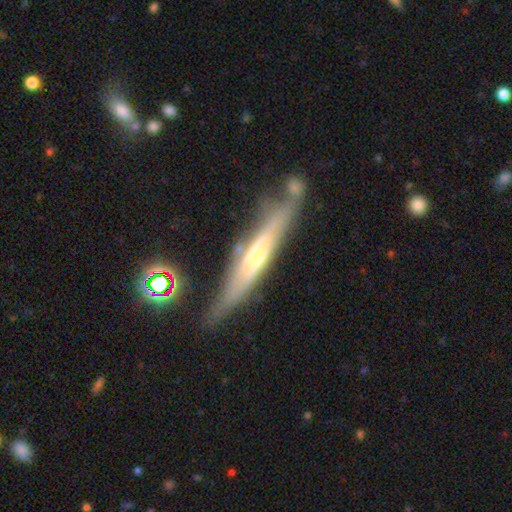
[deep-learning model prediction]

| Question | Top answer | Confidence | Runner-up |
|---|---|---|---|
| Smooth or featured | featured or disk | 62% | smooth (29%) |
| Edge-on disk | yes | 88% | no (12%) |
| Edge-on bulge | none | 38% | rounded (36%) |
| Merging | none | 70% | minor disturbance (17%) |